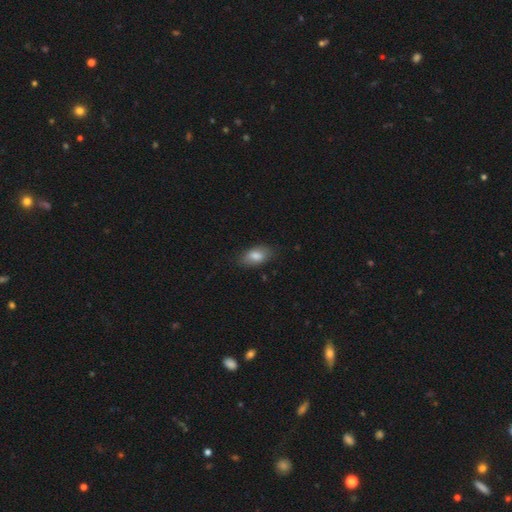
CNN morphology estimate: Overall: smooth (80%). How rounded: in between (90%). Merging: none (78%).